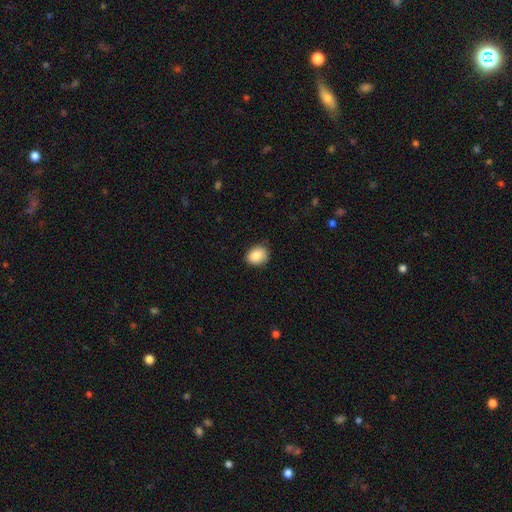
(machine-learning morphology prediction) Smooth or featured? smooth (87%)
How rounded? in between (50%)
Merging? none (78%)